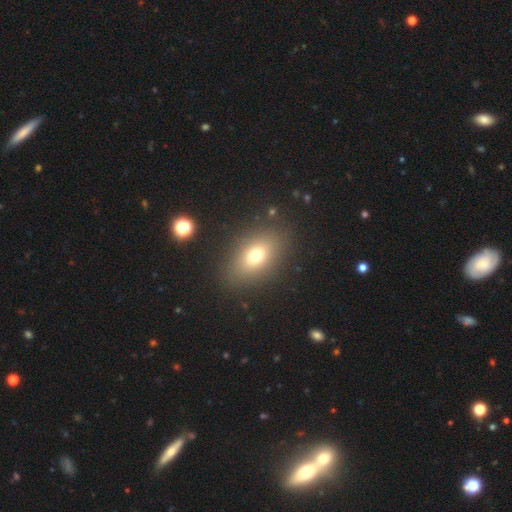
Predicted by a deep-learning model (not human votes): Smooth or featured?
  - smooth: 70% *
  - featured or disk: 16%
  - star or artifact: 14%
How rounded?
  - in between: 77% *
  - round: 19%
  - cigar-shaped: 3%
Merging?
  - none: 85% *
  - minor disturbance: 9%
  - major disturbance: 5%
  - merger: 2%